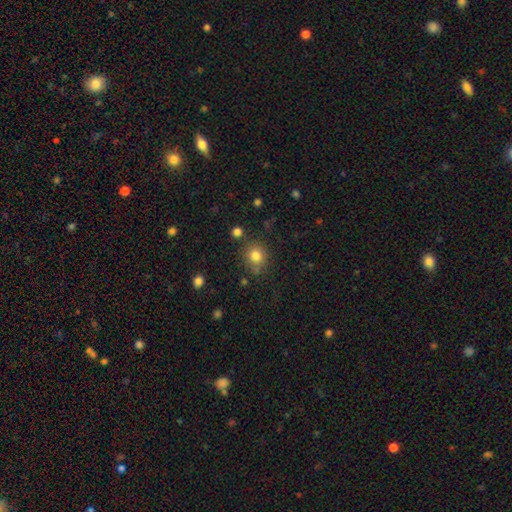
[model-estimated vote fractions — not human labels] Smooth or featured?
  - smooth: 81% *
  - star or artifact: 12%
  - featured or disk: 7%
How rounded?
  - round: 86% *
  - in between: 13%
  - cigar-shaped: 1%
Merging?
  - none: 77% *
  - minor disturbance: 13%
  - merger: 6%
  - major disturbance: 4%